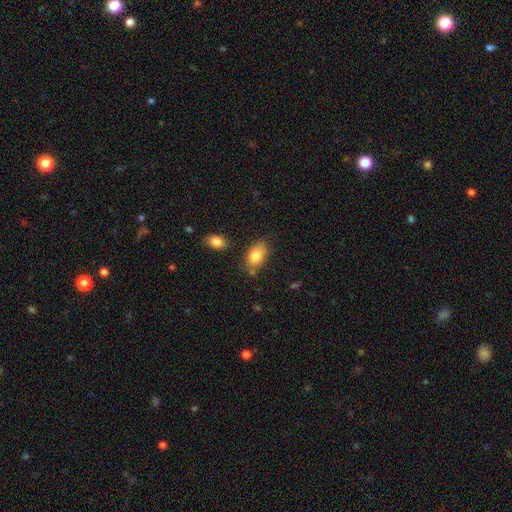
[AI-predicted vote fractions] smooth_or_featured: smooth (p=0.81) [alt: featured or disk p=0.12]
how_rounded: in between (p=0.91) [alt: round p=0.07]
merging: none (p=0.73) [alt: minor disturbance p=0.17]